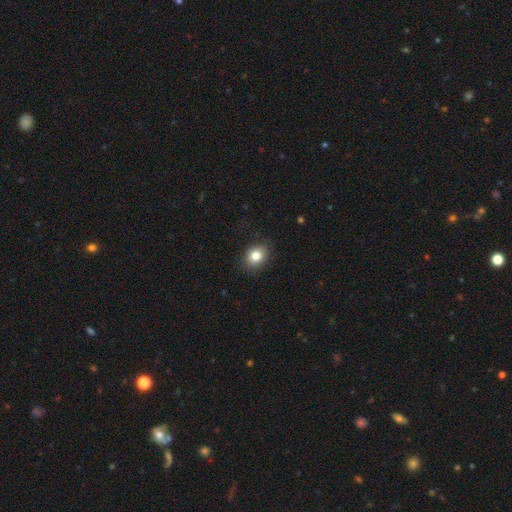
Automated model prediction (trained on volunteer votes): A smooth galaxy with no disk features (82%) that is in between round and cigar-shaped (53%).

Vote fractions:
- Smooth or featured? smooth: 82% / star or artifact: 10% / featured or disk: 8%
- How rounded? in between: 53% / round: 46% / cigar-shaped: 1%
- Merging? none: 85% / minor disturbance: 11% / major disturbance: 3% / merger: 1%